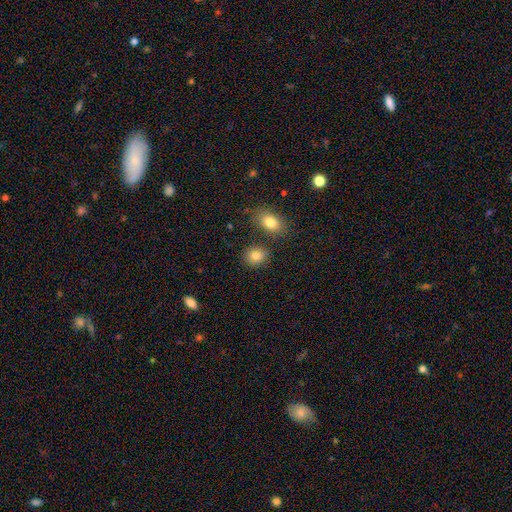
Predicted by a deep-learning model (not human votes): smooth-or-featured: smooth: 83% | star or artifact: 10% | featured or disk: 7%
  how-rounded: round: 62% | in between: 36% | cigar-shaped: 1%
  merging: none: 79% | minor disturbance: 10% | merger: 8% | major disturbance: 3%